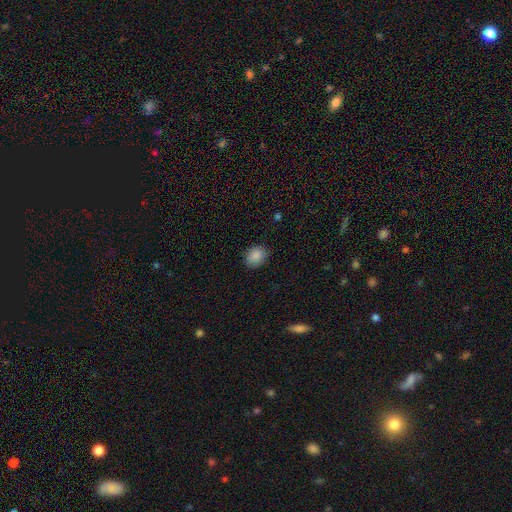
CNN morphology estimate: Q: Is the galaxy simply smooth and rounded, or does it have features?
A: smooth — 88%.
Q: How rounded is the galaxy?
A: in between — 53%.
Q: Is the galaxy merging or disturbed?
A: none — 82%.